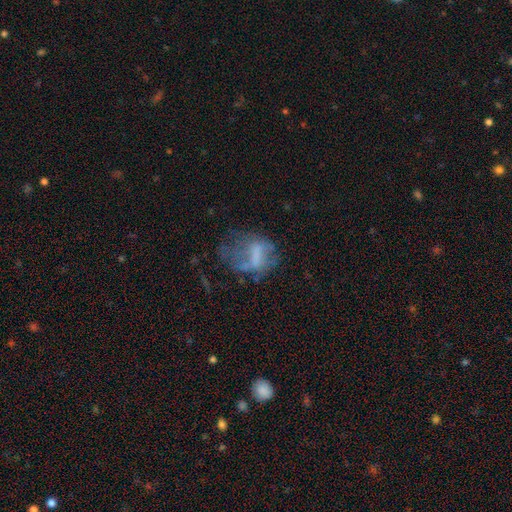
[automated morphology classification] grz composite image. It shows a featured or disk galaxy (44%). Merging: major disturbance (42%).